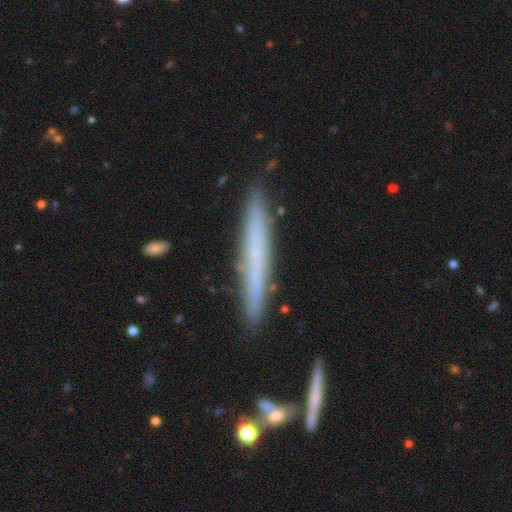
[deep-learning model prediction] Overall: smooth (49%; featured or disk 44%). Merging: none (85%).